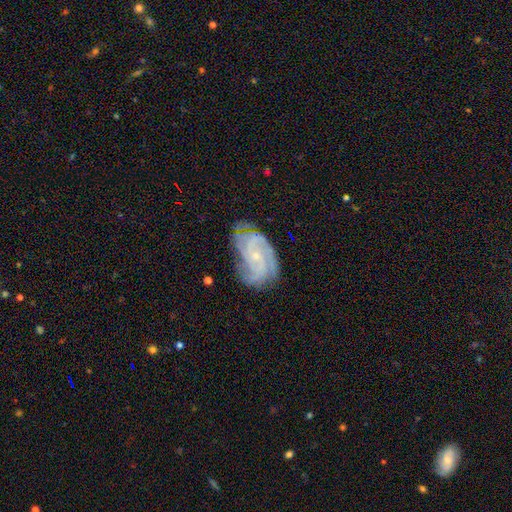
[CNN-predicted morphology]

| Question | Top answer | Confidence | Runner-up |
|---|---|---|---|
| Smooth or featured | featured or disk | 85% | star or artifact (8%) |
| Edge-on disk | no | 97% | yes (3%) |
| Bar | no | 68% | weak (25%) |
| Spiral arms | yes | 98% | no (2%) |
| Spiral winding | tight | 61% | medium (32%) |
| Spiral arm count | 3 | 31% | 4 (28%) |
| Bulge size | small | 78% | moderate (18%) |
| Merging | none | 72% | minor disturbance (20%) |